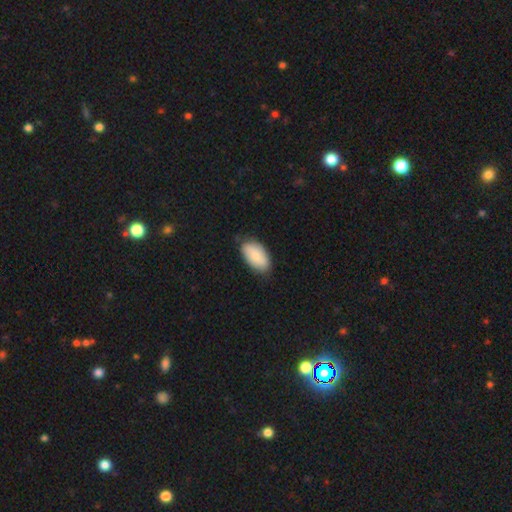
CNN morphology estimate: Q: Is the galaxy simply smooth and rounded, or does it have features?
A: smooth — 78%.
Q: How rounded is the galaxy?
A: in between — 95%.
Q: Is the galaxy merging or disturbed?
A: none — 76%.